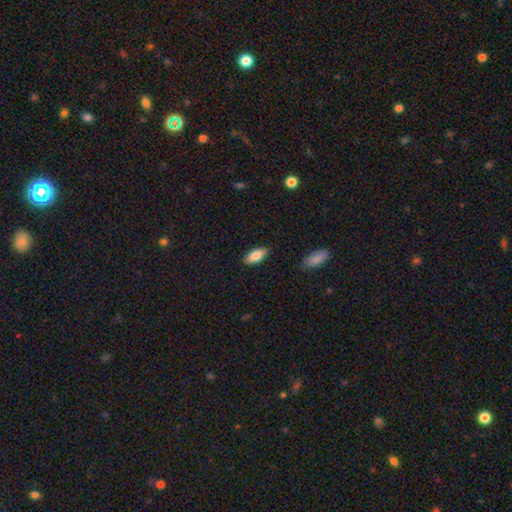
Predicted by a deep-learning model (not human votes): This appears to be a smooth galaxy with no disk features (84%) that is in between round and cigar-shaped (87%). Merging: none (87%).